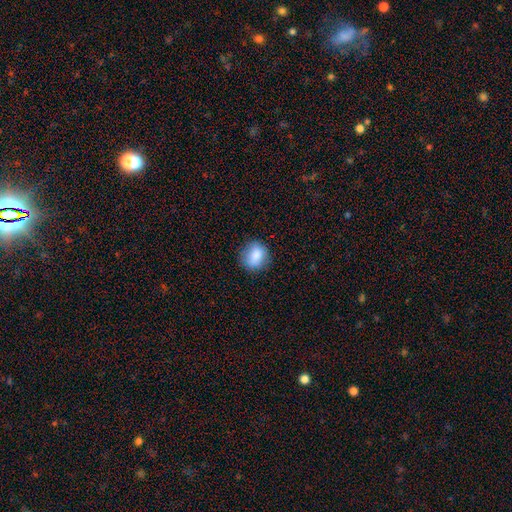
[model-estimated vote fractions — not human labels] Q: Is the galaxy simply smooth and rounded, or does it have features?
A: smooth — 84%.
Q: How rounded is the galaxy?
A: round — 72%.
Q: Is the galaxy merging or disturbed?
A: none — 83%.